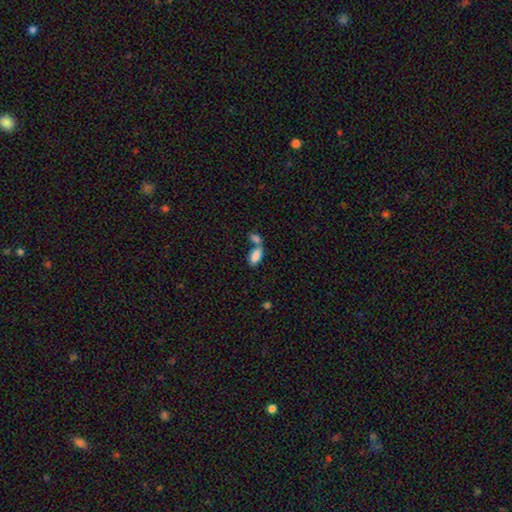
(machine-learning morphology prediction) Smooth or featured: smooth — 85% (star or artifact — 8%)
How rounded: in between — 93% (cigar-shaped — 4%)
Merging: merger — 55% (none — 31%)